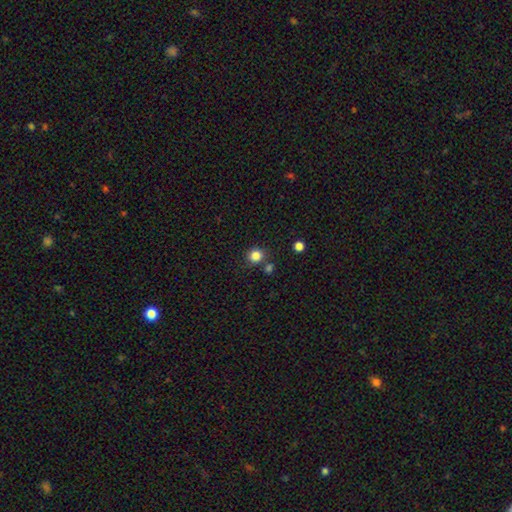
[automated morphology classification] smooth-or-featured: smooth: 84% | star or artifact: 12% | featured or disk: 4%
  how-rounded: round: 87% | in between: 12% | cigar-shaped: 1%
  merging: none: 80% | merger: 9% | minor disturbance: 9% | major disturbance: 3%